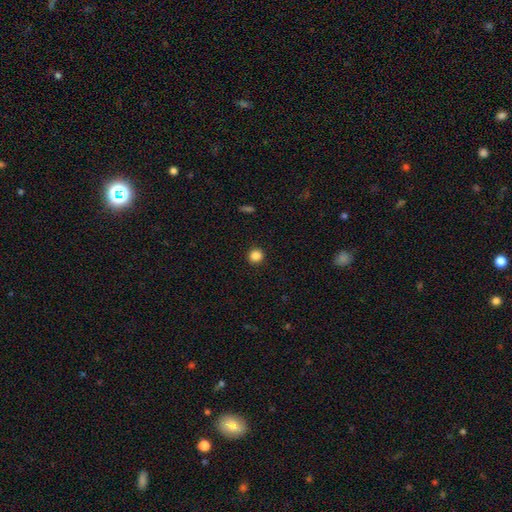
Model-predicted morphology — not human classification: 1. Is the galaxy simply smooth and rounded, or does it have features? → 86% smooth, 11% star or artifact, 3% featured or disk.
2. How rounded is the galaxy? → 93% round, 6% in between, 1% cigar-shaped.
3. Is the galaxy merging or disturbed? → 92% none, 5% minor disturbance, 2% major disturbance, 1% merger.